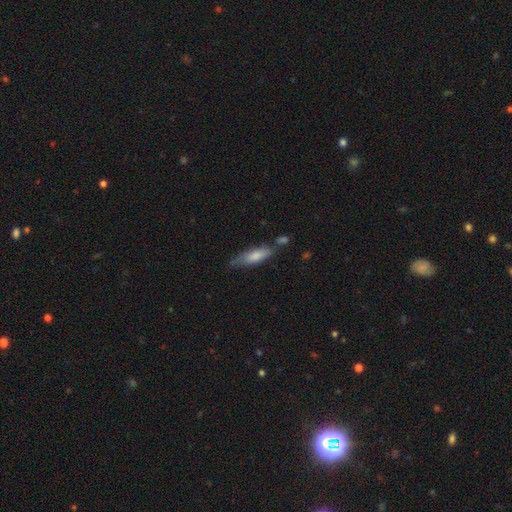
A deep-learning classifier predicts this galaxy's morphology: This is likely a smooth galaxy (72%). How rounded: possibly cigar-shaped (57%). Merging: possibly none (53%).